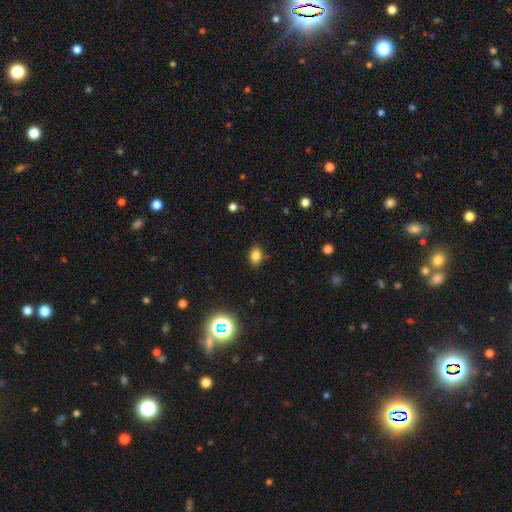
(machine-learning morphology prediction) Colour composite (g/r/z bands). It shows a smooth galaxy with no disk features (80%) that is in between round and cigar-shaped (69%). Merging: none (86%).